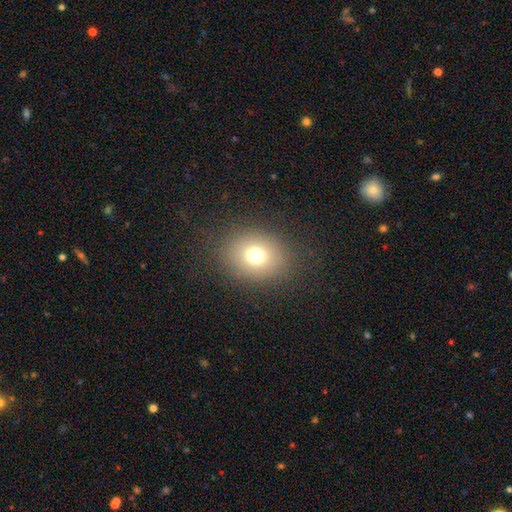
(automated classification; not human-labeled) Smooth or featured: smooth — 73% (star or artifact — 16%)
How rounded: round — 55% (in between — 44%)
Merging: none — 84% (minor disturbance — 9%)